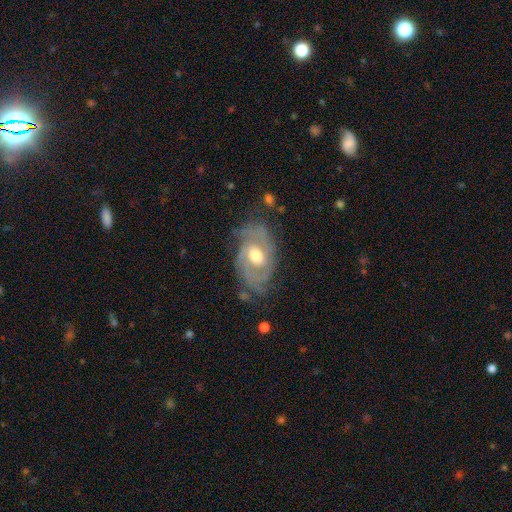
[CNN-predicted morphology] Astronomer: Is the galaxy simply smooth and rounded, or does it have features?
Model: featured or disk — 86%.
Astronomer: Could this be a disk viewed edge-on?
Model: no — 96%.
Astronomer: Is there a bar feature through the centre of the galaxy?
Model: no — 57% (runner-up: weak, 35%).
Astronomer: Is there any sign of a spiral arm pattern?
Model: yes — 92%.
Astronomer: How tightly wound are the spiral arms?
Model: tight — 56% (runner-up: medium, 35%).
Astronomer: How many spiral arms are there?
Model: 2 — 54%.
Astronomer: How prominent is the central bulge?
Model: moderate — 76%.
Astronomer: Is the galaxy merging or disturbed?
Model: none — 67%.